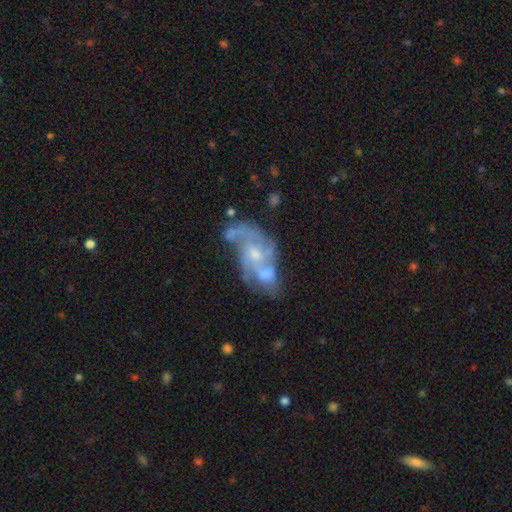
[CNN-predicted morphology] A featured or disk galaxy (80%) with no bar (67%), 2 (38%) medium (47%) spiral arms (81%) and a moderate central bulge (48%).

Vote fractions:
- Smooth or featured? featured or disk: 80% / smooth: 13% / star or artifact: 8%
- Edge-on disk? no: 97% / yes: 3%
- Bar? no: 67% / weak: 28% / strong: 6%
- Spiral arms? yes: 81% / no: 19%
- Spiral winding? medium: 47% / loose: 29% / tight: 24%
- Spiral arm count? 2: 38% / 3: 25% / can't tell: 23% / 4: 6% / 1: 5% / more than 4: 4%
- Bulge size? moderate: 48% / small: 40% / none: 7% / large: 3% / dominant: 1%
- Merging? merger: 34% / none: 32% / major disturbance: 18% / minor disturbance: 15%